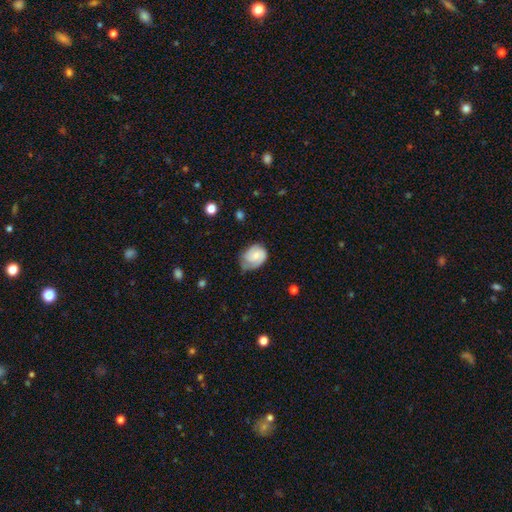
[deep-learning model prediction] Smooth or featured: smooth — 53% (featured or disk — 40%)
How rounded: in between — 59% (round — 40%)
Merging: none — 43% (minor disturbance — 39%)